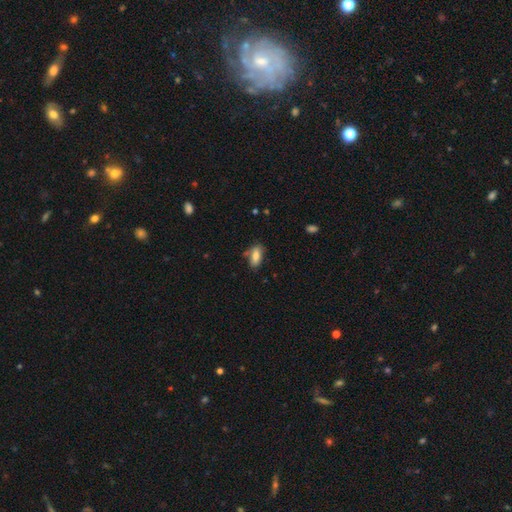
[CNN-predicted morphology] A smooth galaxy with no disk features (78%) that is in between round and cigar-shaped (85%).

Vote fractions:
- Smooth or featured? smooth: 78% / featured or disk: 14% / star or artifact: 8%
- How rounded? in between: 85% / cigar-shaped: 12% / round: 3%
- Merging? none: 70% / minor disturbance: 20% / merger: 6% / major disturbance: 5%